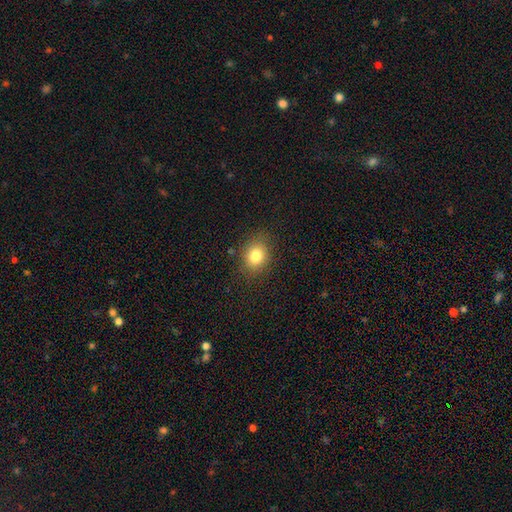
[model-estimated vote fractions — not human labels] Smooth or featured?
  - smooth: 80% *
  - star or artifact: 11%
  - featured or disk: 8%
How rounded?
  - round: 57% *
  - in between: 42%
  - cigar-shaped: 1%
Merging?
  - none: 85% *
  - minor disturbance: 11%
  - major disturbance: 3%
  - merger: 1%